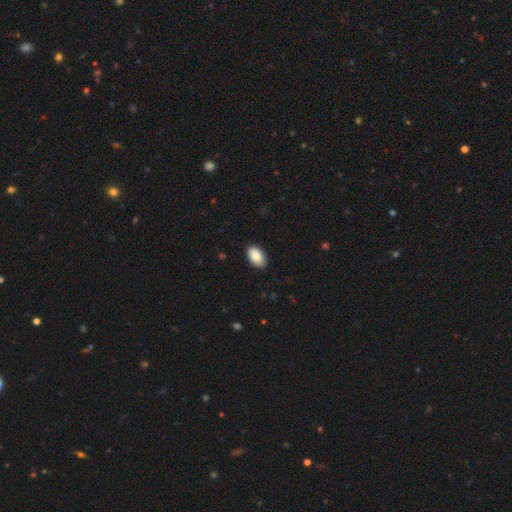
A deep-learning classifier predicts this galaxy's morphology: smooth 88%, star or artifact 6%, featured or disk 6%. Down the decision tree: how rounded — in between (94%); merging — none (87%).